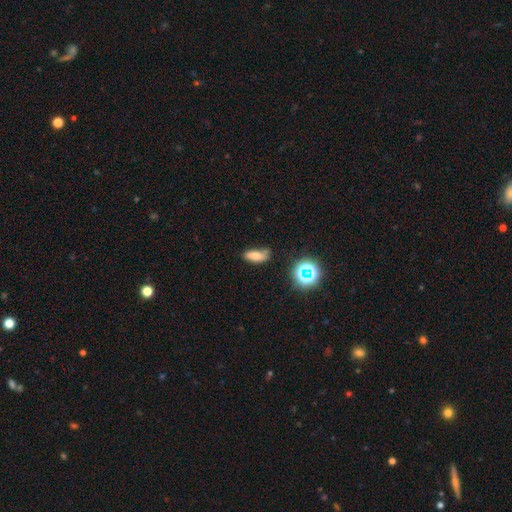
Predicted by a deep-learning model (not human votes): A smooth galaxy with no disk features (70%) that is in between round and cigar-shaped (81%). Merging: none (51%).